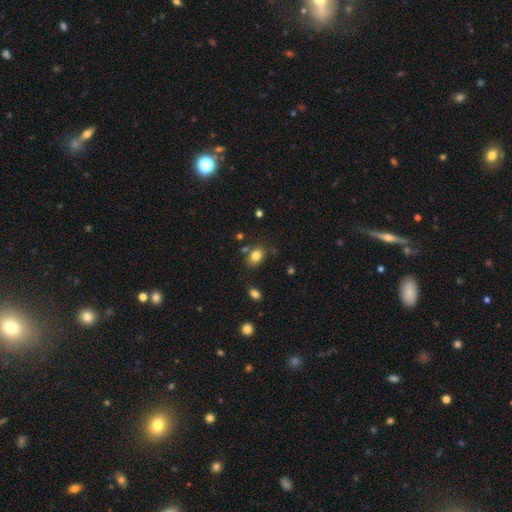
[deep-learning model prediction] smooth 81%, star or artifact 10%, featured or disk 9%. Down the decision tree: how rounded — in between (75%); merging — none (75%).